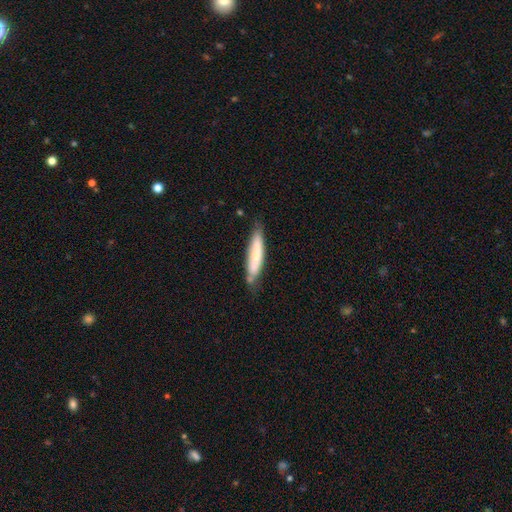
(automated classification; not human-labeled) smooth-or-featured: smooth: 70% | featured or disk: 24% | star or artifact: 6%
  how-rounded: cigar-shaped: 85% | in between: 13% | round: 1%
  merging: none: 65% | minor disturbance: 24% | merger: 6% | major disturbance: 5%